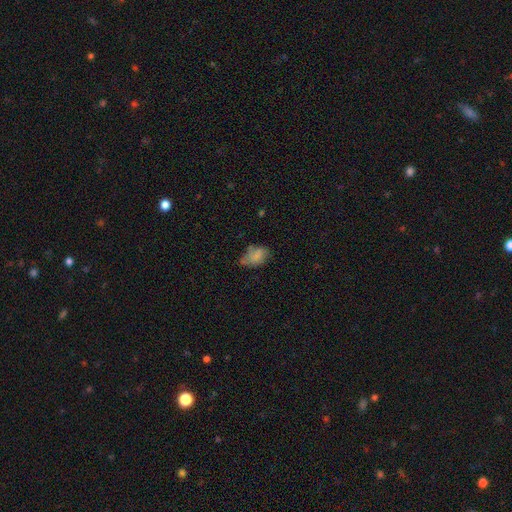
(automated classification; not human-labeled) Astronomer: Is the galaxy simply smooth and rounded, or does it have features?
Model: smooth — 72%.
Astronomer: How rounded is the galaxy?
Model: in between — 88%.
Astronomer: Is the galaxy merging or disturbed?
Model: none — 42% (runner-up: minor disturbance, 37%).